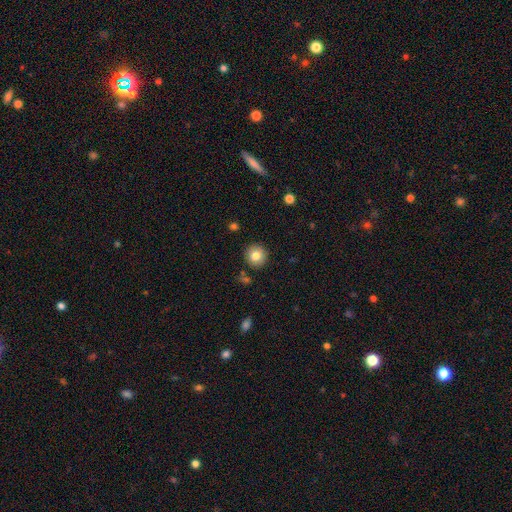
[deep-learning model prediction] smooth-or-featured: smooth: 82% | star or artifact: 10% | featured or disk: 9%
  how-rounded: round: 93% | in between: 6% | cigar-shaped: 1%
  merging: none: 89% | minor disturbance: 6% | merger: 2% | major disturbance: 2%